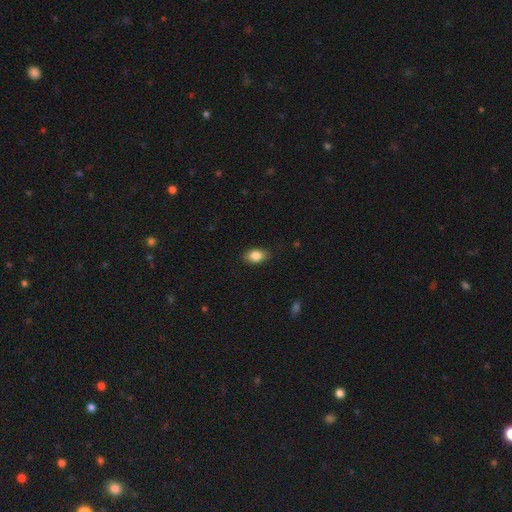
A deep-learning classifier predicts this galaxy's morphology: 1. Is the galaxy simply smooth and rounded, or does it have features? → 85% smooth, 8% featured or disk, 8% star or artifact.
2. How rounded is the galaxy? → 87% in between, 10% round, 3% cigar-shaped.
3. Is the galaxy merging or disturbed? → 86% none, 11% minor disturbance, 2% major disturbance, 1% merger.